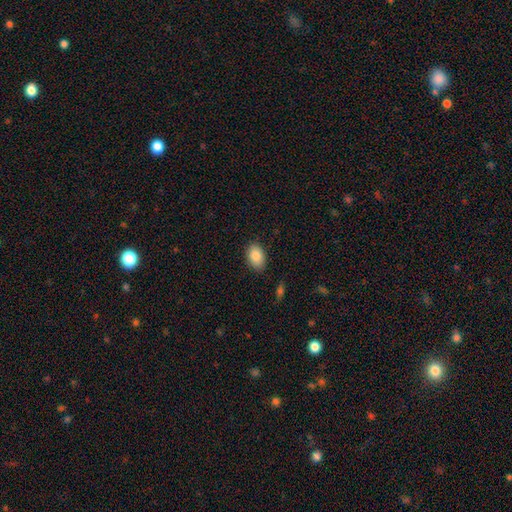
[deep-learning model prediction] The model was most divided on "how rounded": in between: 87%, round: 12%, cigar-shaped: 1%. More confident: merging — none (87%); smooth or featured — smooth (86%).